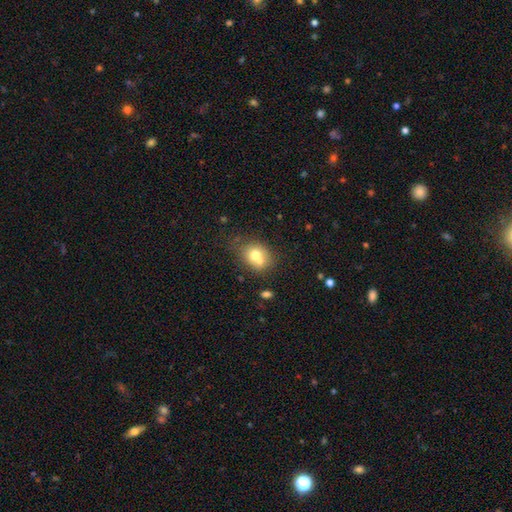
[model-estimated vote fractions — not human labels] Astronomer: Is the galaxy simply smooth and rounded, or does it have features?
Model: smooth — 68%.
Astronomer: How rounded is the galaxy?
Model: round — 53% (runner-up: in between, 46%).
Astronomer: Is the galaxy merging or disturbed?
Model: none — 40% (runner-up: merger, 39%).